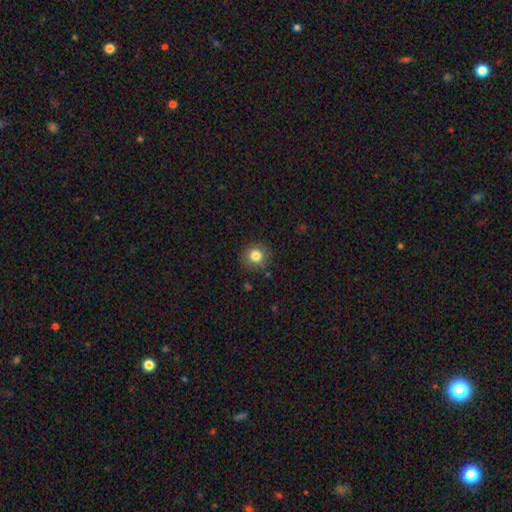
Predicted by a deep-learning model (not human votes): A smooth galaxy with no disk features (83%) that is round (88%).

Vote fractions:
- Smooth or featured? smooth: 83% / star or artifact: 11% / featured or disk: 6%
- How rounded? round: 88% / in between: 11% / cigar-shaped: 1%
- Merging? none: 86% / minor disturbance: 9% / major disturbance: 3% / merger: 1%